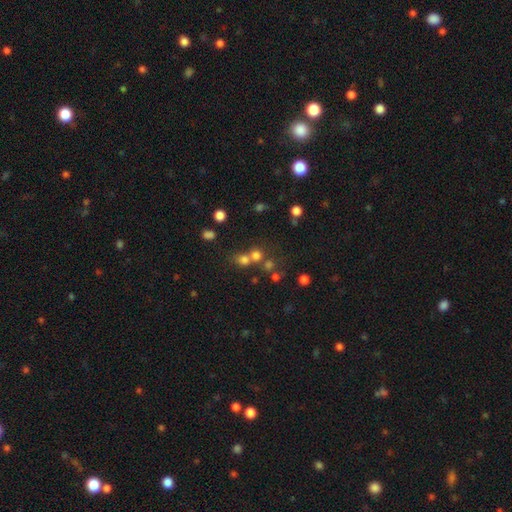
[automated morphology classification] smooth 67%, star or artifact 22%, featured or disk 11%. Down the decision tree: how rounded — round (85%); merging — none (51%).